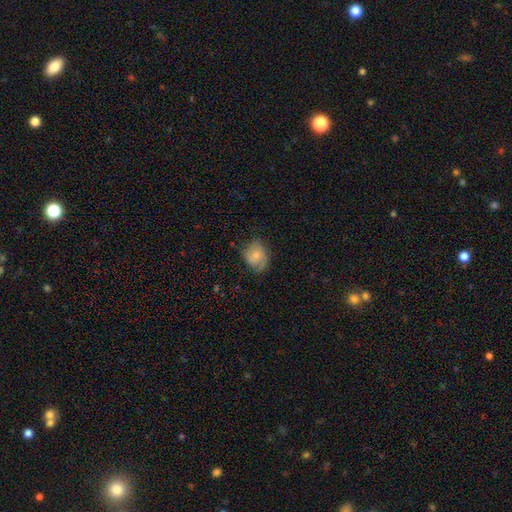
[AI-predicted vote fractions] A smooth galaxy with no disk features (63%) that is in between round and cigar-shaped (53%). Merging: none (59%).